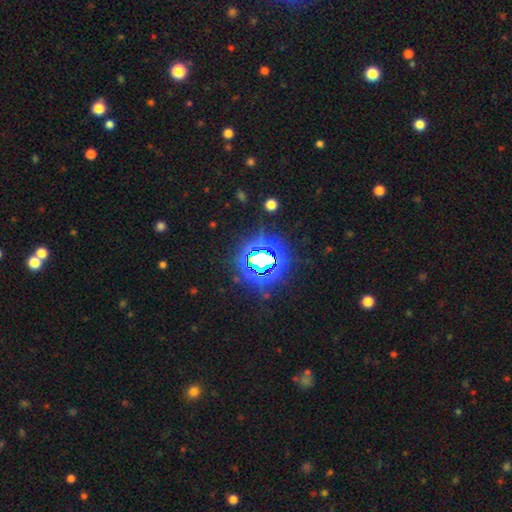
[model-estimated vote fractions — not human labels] smooth-or-featured: star or artifact: 78% | smooth: 13% | featured or disk: 9%